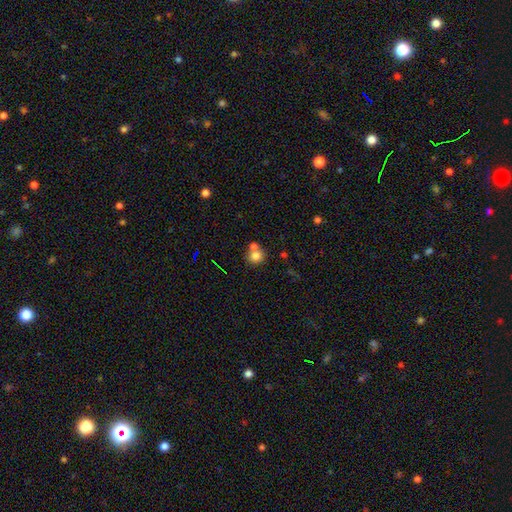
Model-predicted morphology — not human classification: smooth-or-featured: smooth: 78% | star or artifact: 11% | featured or disk: 10%
  how-rounded: round: 85% | in between: 14% | cigar-shaped: 1%
  merging: none: 52% | merger: 37% | minor disturbance: 8% | major disturbance: 3%